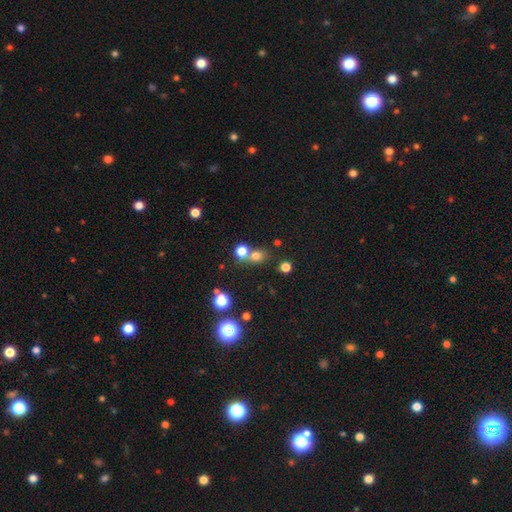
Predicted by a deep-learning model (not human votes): Q: Smooth or featured?
A: smooth (71%); runner-up: star or artifact (21%)
Q: How rounded?
A: round (71%); runner-up: in between (28%)
Q: Merging?
A: none (59%); runner-up: merger (28%)